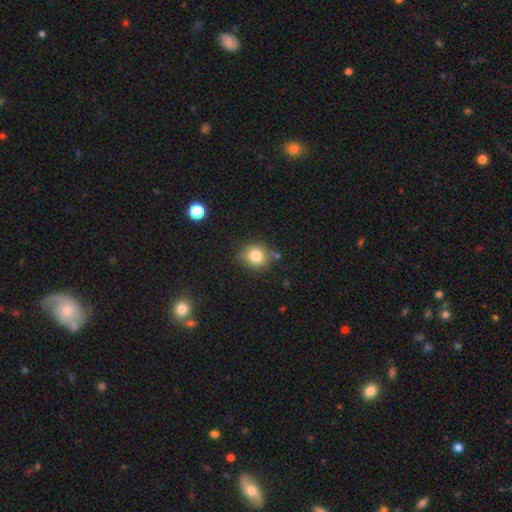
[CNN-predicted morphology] type=smooth (81%); roundness=round (79%); merging=none (75%).